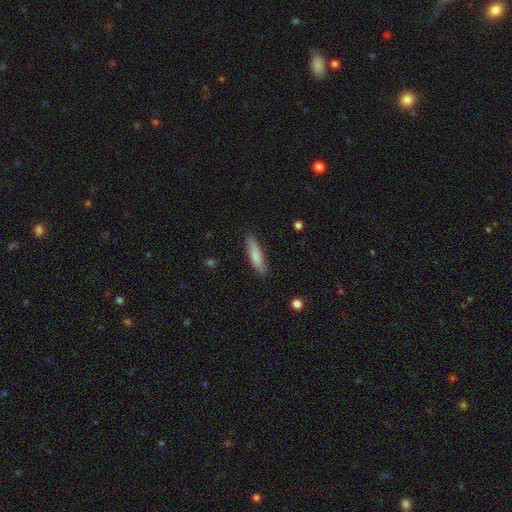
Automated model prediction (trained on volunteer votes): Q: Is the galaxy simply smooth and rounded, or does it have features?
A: smooth — 81%.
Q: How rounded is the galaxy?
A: cigar-shaped — 71%.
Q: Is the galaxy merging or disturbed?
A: none — 85%.